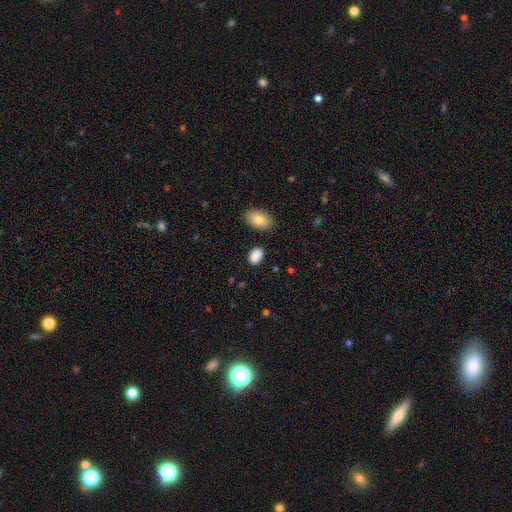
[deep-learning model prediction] Smooth or featured?
  - smooth: 87% *
  - star or artifact: 8%
  - featured or disk: 4%
How rounded?
  - in between: 84% *
  - round: 14%
  - cigar-shaped: 1%
Merging?
  - none: 82% *
  - minor disturbance: 12%
  - merger: 3%
  - major disturbance: 3%